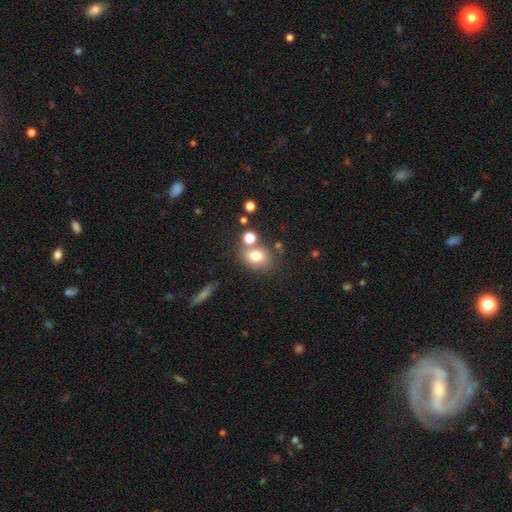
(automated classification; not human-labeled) Smooth or featured? smooth (76%)
How rounded? in between (53%)
Merging? none (61%)